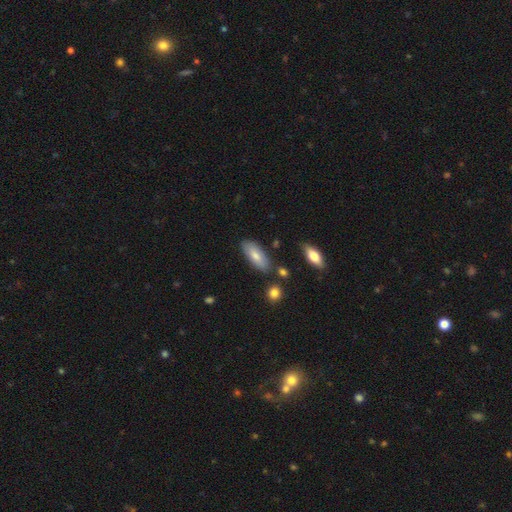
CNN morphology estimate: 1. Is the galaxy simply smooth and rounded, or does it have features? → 76% smooth, 18% featured or disk, 6% star or artifact.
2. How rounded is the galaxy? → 82% in between, 16% cigar-shaped, 2% round.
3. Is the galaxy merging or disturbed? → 79% none, 14% minor disturbance, 4% merger, 3% major disturbance.